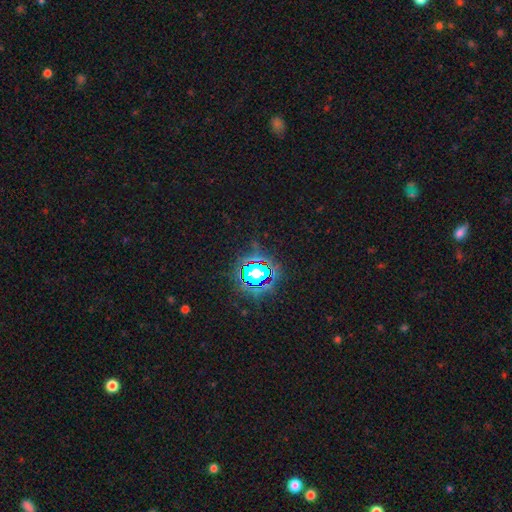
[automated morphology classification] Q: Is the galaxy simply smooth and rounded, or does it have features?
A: star or artifact — 81%.